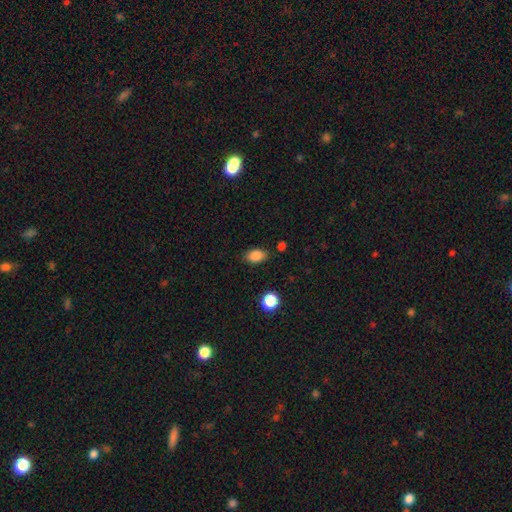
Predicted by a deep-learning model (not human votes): smooth-or-featured: smooth: 85% | star or artifact: 9% | featured or disk: 5%
  how-rounded: in between: 85% | round: 13% | cigar-shaped: 2%
  merging: none: 80% | minor disturbance: 14% | major disturbance: 3% | merger: 3%